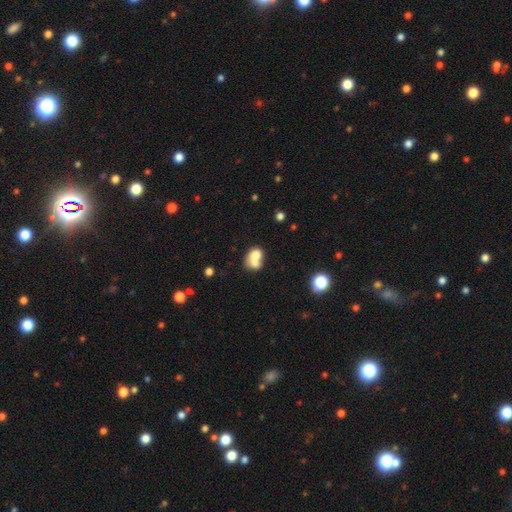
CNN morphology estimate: A smooth galaxy with no disk features (69%) that is in between round and cigar-shaped (50%). Merging: merger (68%).